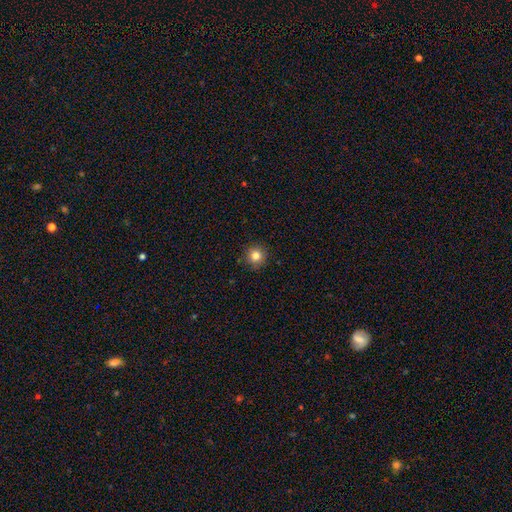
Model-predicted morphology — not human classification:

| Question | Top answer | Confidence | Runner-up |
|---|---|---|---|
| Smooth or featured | smooth | 82% | star or artifact (12%) |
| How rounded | round | 95% | in between (4%) |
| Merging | none | 91% | minor disturbance (6%) |